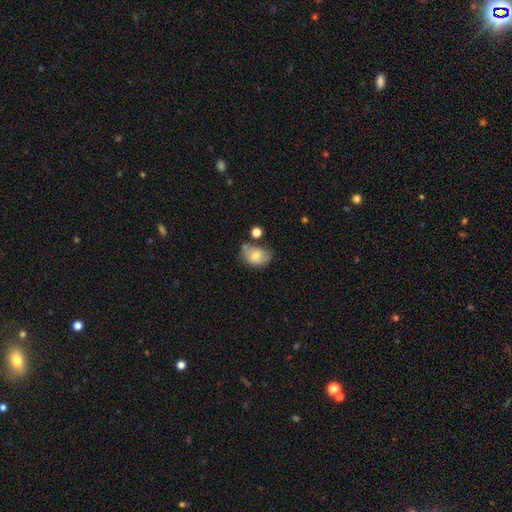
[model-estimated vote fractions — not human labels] Q: Smooth or featured?
A: smooth (68%); runner-up: featured or disk (23%)
Q: How rounded?
A: in between (71%); runner-up: round (28%)
Q: Merging?
A: none (48%); runner-up: minor disturbance (29%)